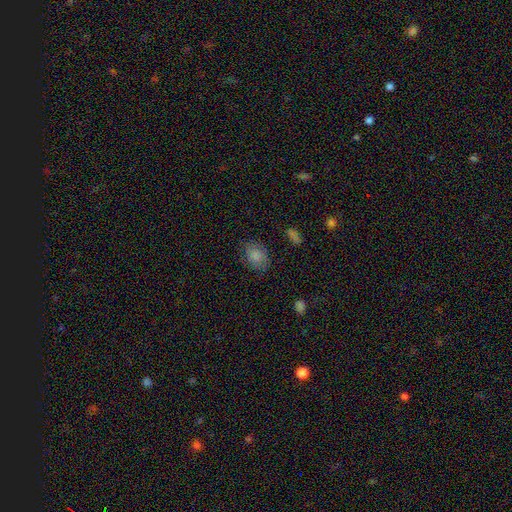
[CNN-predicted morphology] type=smooth (83%); roundness=in between (59%); merging=none (78%).